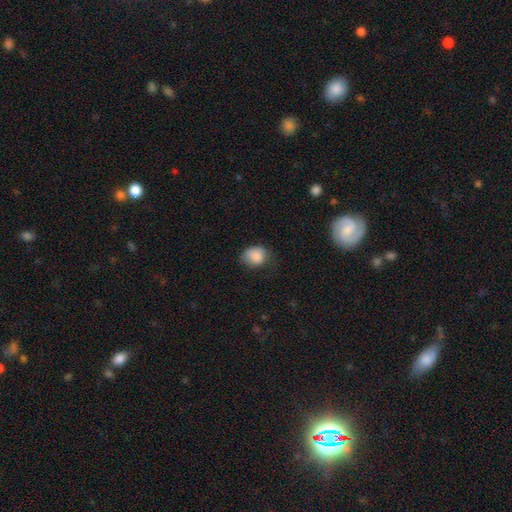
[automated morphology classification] smooth_or_featured: smooth (p=0.86) [alt: star or artifact p=0.09]
how_rounded: round (p=0.58) [alt: in between p=0.41]
merging: none (p=0.57) [alt: minor disturbance p=0.31]